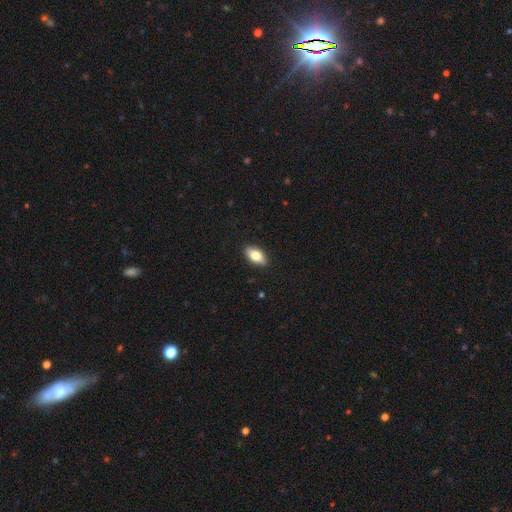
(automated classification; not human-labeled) This is likely a smooth galaxy (76%). How rounded: clearly in between (88%). Merging: clearly none (89%).